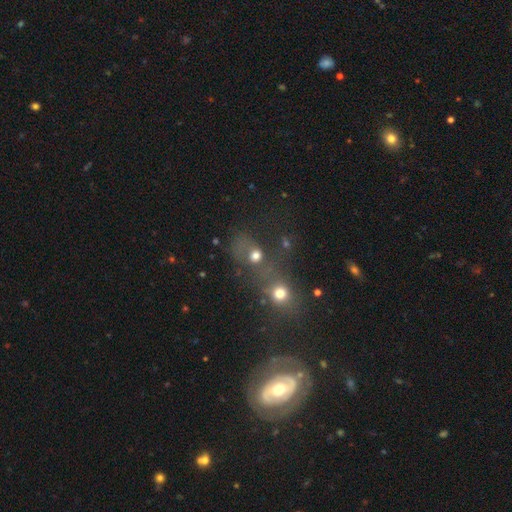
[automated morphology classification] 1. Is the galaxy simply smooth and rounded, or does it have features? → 66% smooth, 20% star or artifact, 14% featured or disk.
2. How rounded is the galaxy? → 65% round, 33% in between, 2% cigar-shaped.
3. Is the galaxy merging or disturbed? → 52% merger, 27% none, 12% major disturbance, 9% minor disturbance.